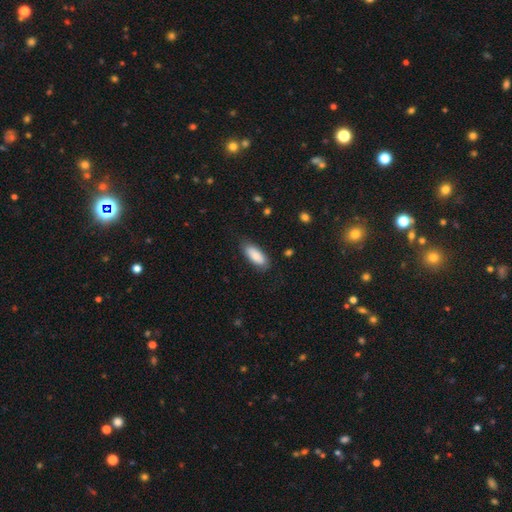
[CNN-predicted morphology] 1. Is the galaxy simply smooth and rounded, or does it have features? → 85% smooth, 9% featured or disk, 6% star or artifact.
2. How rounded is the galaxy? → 79% in between, 19% cigar-shaped, 2% round.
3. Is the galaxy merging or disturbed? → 78% none, 17% minor disturbance, 4% major disturbance, 1% merger.